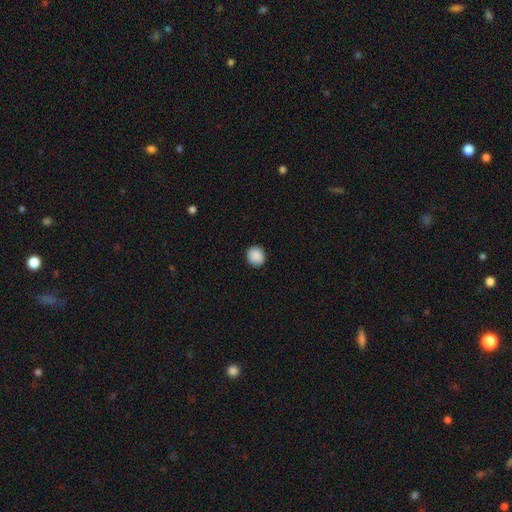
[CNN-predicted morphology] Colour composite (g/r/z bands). It shows a smooth galaxy with no disk features (89%) that is round (85%). Merging: none (89%).